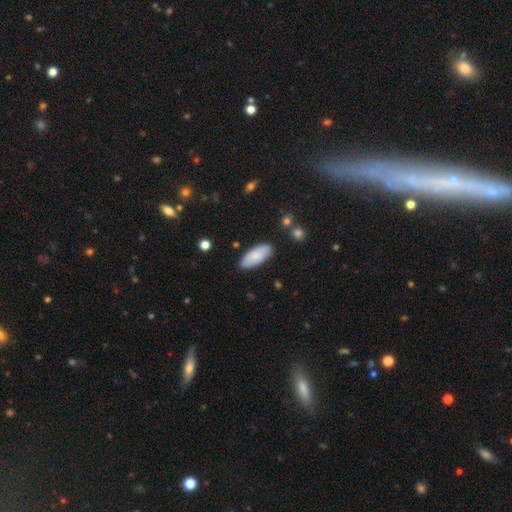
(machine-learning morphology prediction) Smooth or featured?
  - smooth: 82% *
  - featured or disk: 13%
  - star or artifact: 6%
How rounded?
  - in between: 87% *
  - cigar-shaped: 12%
  - round: 2%
Merging?
  - none: 84% *
  - minor disturbance: 12%
  - major disturbance: 2%
  - merger: 2%